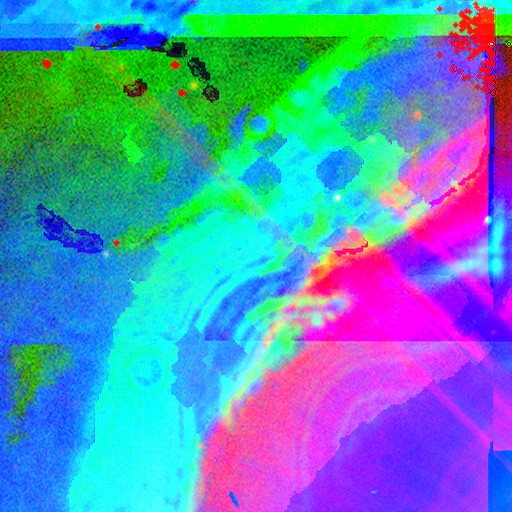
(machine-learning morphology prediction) A star or artifact, not a galaxy (86%).

Vote fractions:
- Smooth or featured? star or artifact: 86% / featured or disk: 8% / smooth: 6%